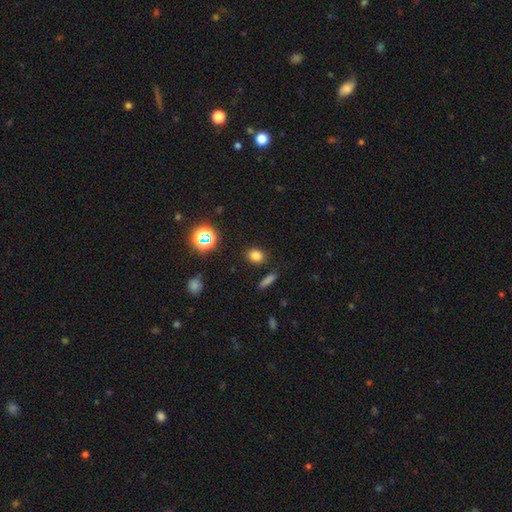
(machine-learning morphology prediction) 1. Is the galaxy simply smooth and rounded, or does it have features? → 77% smooth, 17% star or artifact, 6% featured or disk.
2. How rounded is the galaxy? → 49% round (tied), 49% in between (tied), 2% cigar-shaped.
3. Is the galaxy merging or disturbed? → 86% none, 8% minor disturbance, 3% merger, 3% major disturbance.